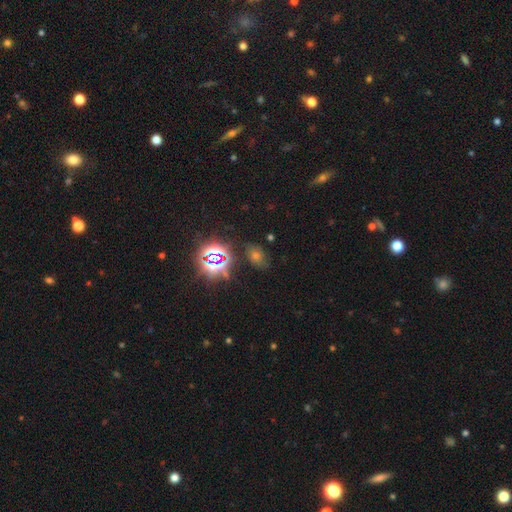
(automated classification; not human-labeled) A star or artifact, not a galaxy (56%).